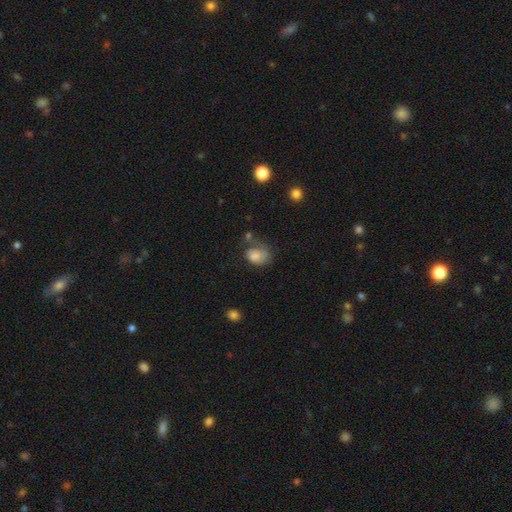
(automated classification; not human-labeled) This appears to be a smooth galaxy with no disk features (68%) that is in between round and cigar-shaped (67%). Merging: none (34%).